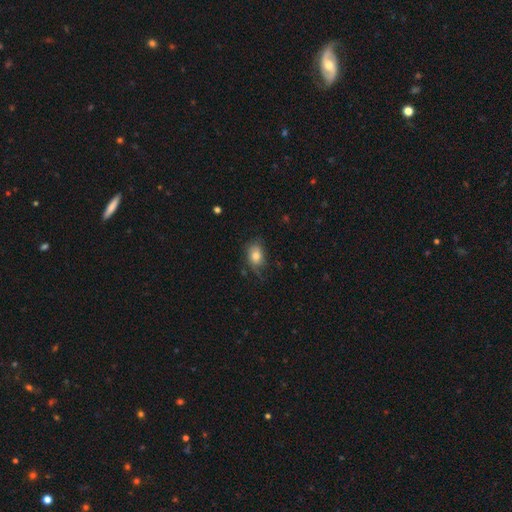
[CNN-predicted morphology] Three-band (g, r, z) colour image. It shows a smooth galaxy with no disk features (78%) that is in between round and cigar-shaped (72%). Merging: none (59%).